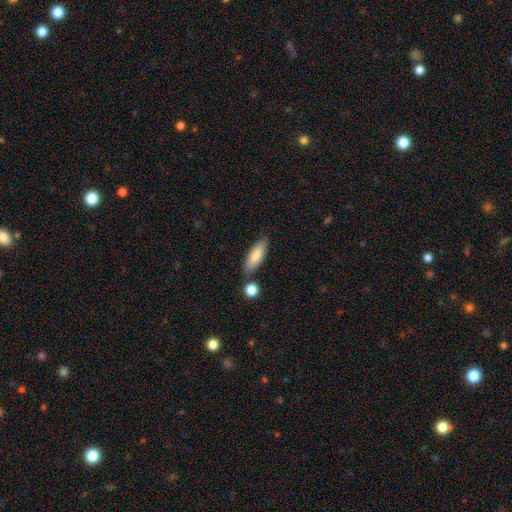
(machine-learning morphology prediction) Smooth or featured?
  - smooth: 83% *
  - featured or disk: 11%
  - star or artifact: 6%
How rounded?
  - in between: 59% *
  - cigar-shaped: 39%
  - round: 2%
Merging?
  - none: 78% *
  - minor disturbance: 12%
  - merger: 7%
  - major disturbance: 3%